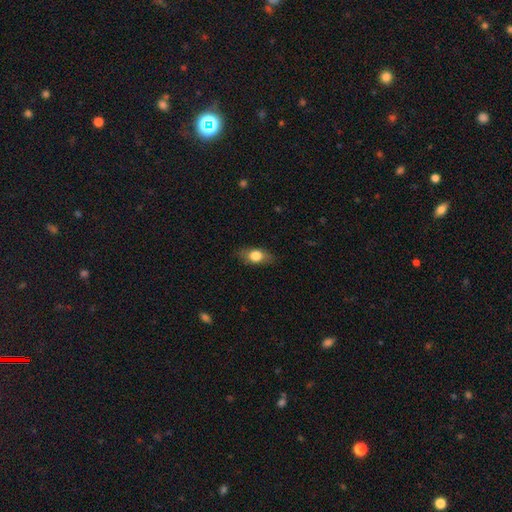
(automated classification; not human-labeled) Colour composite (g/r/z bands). It shows a smooth galaxy with no disk features (74%) that is in between round and cigar-shaped (78%). Merging: none (79%).